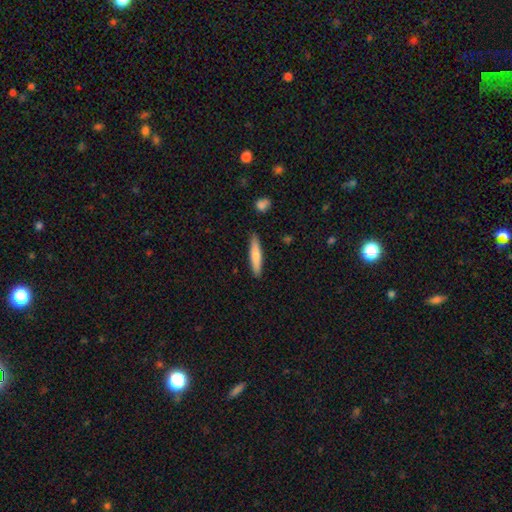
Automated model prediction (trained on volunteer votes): Q: Smooth or featured?
A: smooth (72%); runner-up: featured or disk (23%)
Q: How rounded?
A: cigar-shaped (87%); runner-up: in between (11%)
Q: Merging?
A: none (89%); runner-up: minor disturbance (8%)